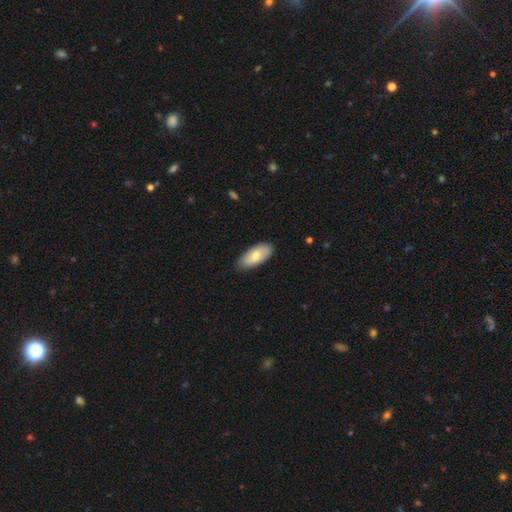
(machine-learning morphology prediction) Smooth or featured?
  - smooth: 74% *
  - featured or disk: 20%
  - star or artifact: 5%
How rounded?
  - in between: 90% *
  - cigar-shaped: 8%
  - round: 2%
Merging?
  - none: 85% *
  - minor disturbance: 12%
  - major disturbance: 2%
  - merger: 1%